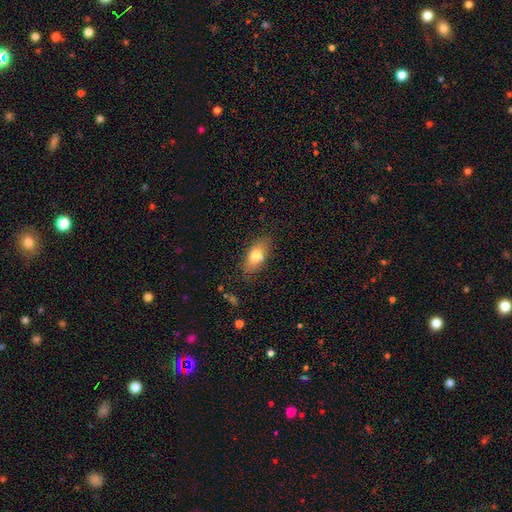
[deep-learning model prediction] Smooth or featured? Predicted: smooth (p=0.75). How rounded? Predicted: in between (p=0.84). Merging? Predicted: none (p=0.80).